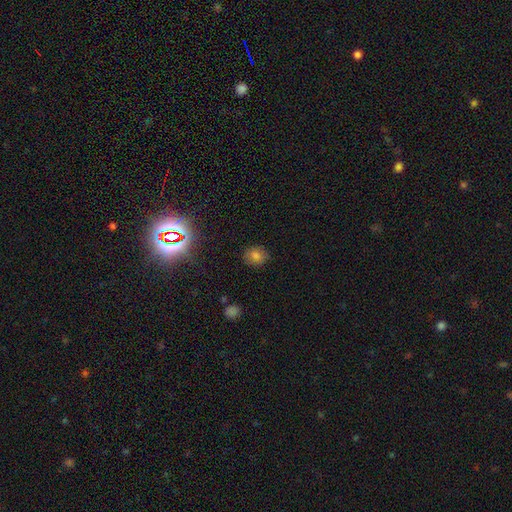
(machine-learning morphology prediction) smooth 77%, star or artifact 16%, featured or disk 8%. Down the decision tree: how rounded — round (70%); merging — none (83%).